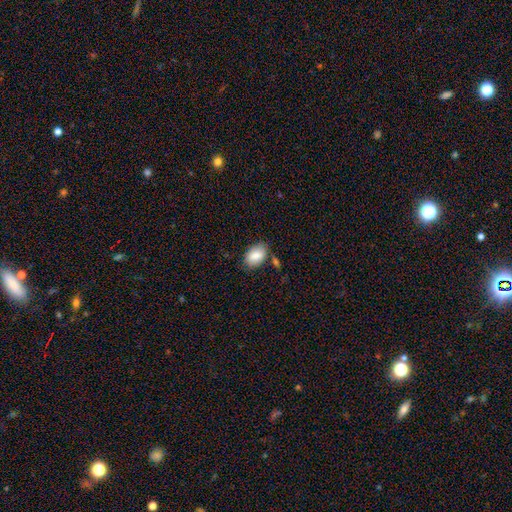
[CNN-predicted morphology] Smooth or featured? smooth (85%)
How rounded? in between (91%)
Merging? none (74%)